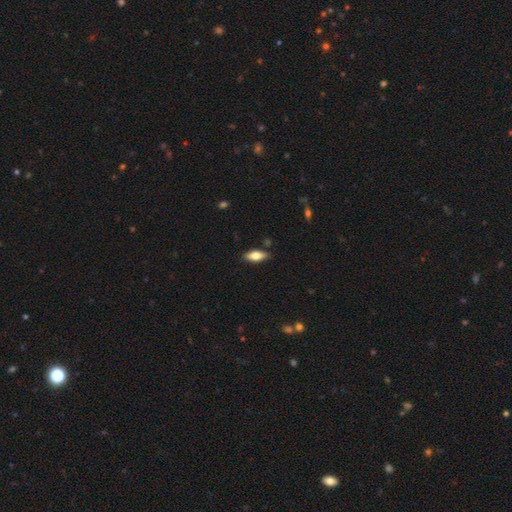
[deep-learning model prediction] This is likely a smooth galaxy (70%). How rounded: likely in between (74%). Merging: clearly none (83%).